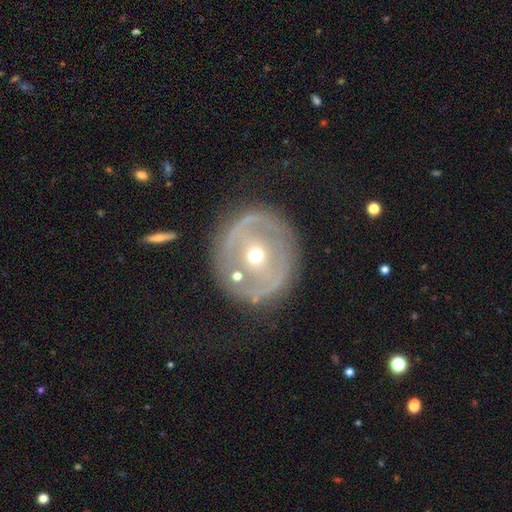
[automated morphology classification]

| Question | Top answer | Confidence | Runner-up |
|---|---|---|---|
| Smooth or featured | featured or disk | 70% | smooth (23%) |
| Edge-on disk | no | 94% | yes (6%) |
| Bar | no | 46% | weak (31%) |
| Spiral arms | no | 58% | yes (42%) |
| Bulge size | moderate | 67% | small (28%) |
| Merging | none | 79% | minor disturbance (12%) |